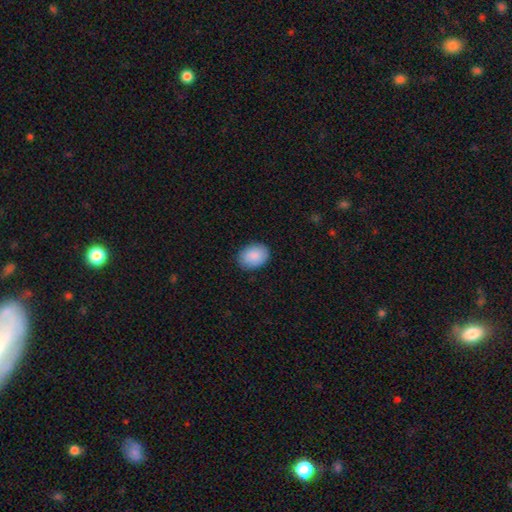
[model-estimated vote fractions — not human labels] A smooth galaxy with no disk features (89%) that is in between round and cigar-shaped (71%). Merging: none (87%).